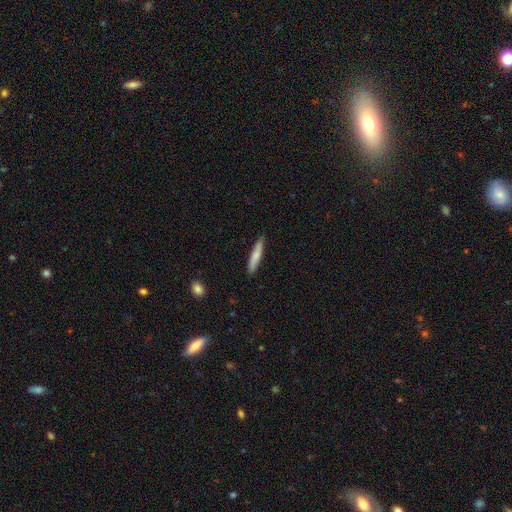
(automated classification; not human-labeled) Smooth or featured?
  - smooth: 75% *
  - featured or disk: 20%
  - star or artifact: 5%
How rounded?
  - cigar-shaped: 91% *
  - in between: 8%
  - round: 1%
Merging?
  - none: 88% *
  - minor disturbance: 9%
  - major disturbance: 2%
  - merger: 1%